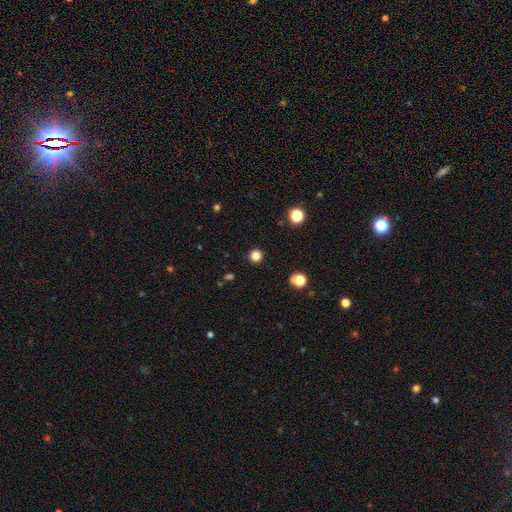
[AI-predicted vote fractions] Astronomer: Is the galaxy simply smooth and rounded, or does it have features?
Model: smooth — 82%.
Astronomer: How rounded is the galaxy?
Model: round — 95%.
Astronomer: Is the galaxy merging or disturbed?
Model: none — 92%.